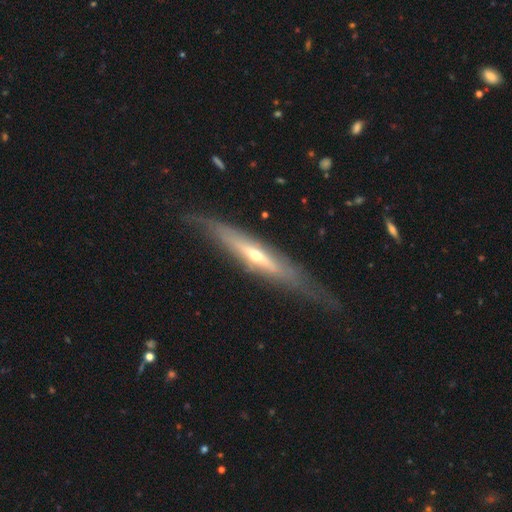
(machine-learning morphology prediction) A featured or disk galaxy (73%) viewed edge-on (82%) with a rounded central bulge (82%).

Vote fractions:
- Smooth or featured? featured or disk: 73% / smooth: 22% / star or artifact: 6%
- Edge-on disk? yes: 82% / no: 18%
- Edge-on bulge? rounded: 82% / none: 14% / boxy: 4%
- Merging? none: 69% / minor disturbance: 18% / major disturbance: 11% / merger: 2%